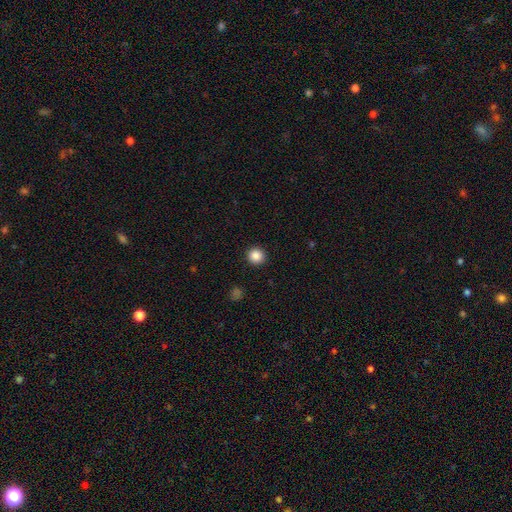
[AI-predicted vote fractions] The model was most divided on "smooth or featured": smooth: 87%, star or artifact: 10%, featured or disk: 3%. More confident: how rounded — round (93%); merging — none (93%).